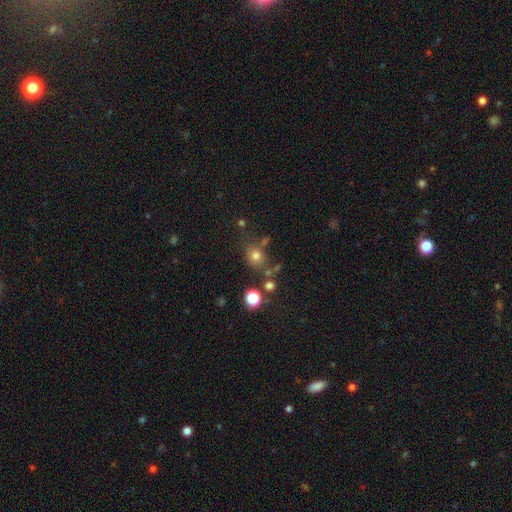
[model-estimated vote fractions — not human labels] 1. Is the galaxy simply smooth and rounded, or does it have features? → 73% smooth, 18% star or artifact, 9% featured or disk.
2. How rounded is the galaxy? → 73% round, 26% in between, 1% cigar-shaped.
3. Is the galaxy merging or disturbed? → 68% none, 14% minor disturbance, 11% merger, 6% major disturbance.